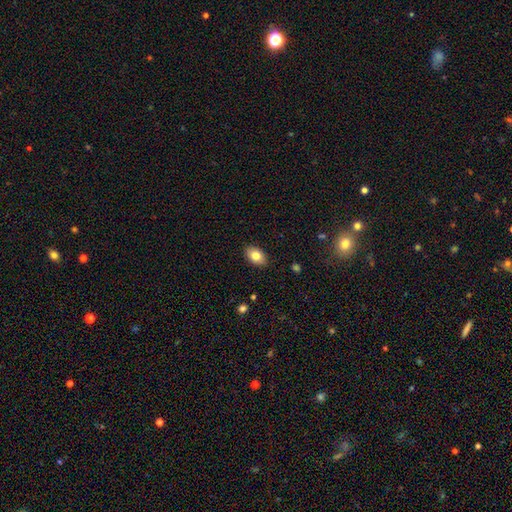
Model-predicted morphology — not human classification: A smooth galaxy with no disk features (81%) that is in between round and cigar-shaped (89%). Merging: none (88%).